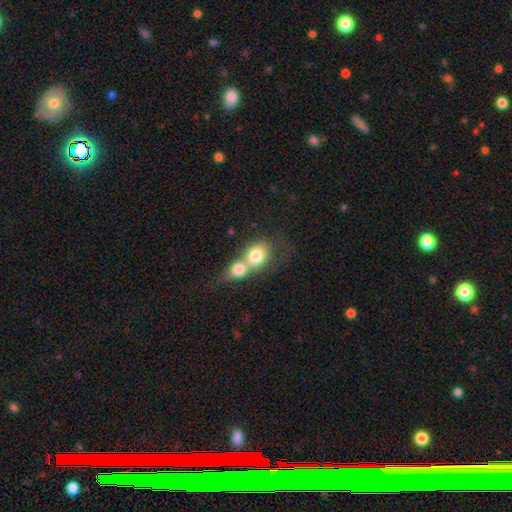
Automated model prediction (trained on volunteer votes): Smooth or featured? smooth (74%)
How rounded? round (60%)
Merging? merger (78%)